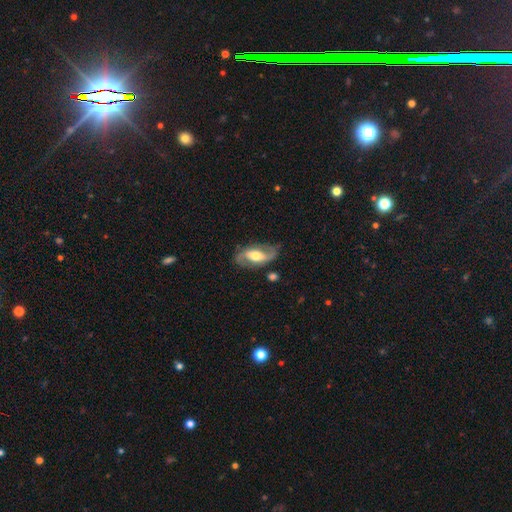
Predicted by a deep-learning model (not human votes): Overall: featured or disk (78%). Edge-on disk: no (94%). Bar: weak (36%; strong 33%). Spiral arms: yes (89%). Spiral arm count: 2 (89%). Spiral winding: medium (43%; loose 39%). Bulge size: moderate (66%). Merging: none (74%).